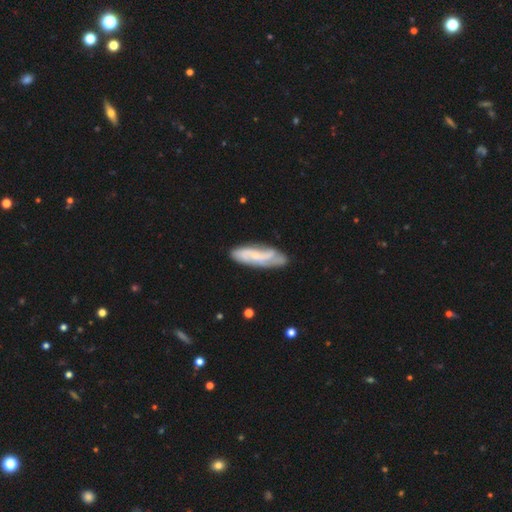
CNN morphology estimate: A featured or disk galaxy (59%).

Vote fractions:
- Smooth or featured? featured or disk: 59% / smooth: 35% / star or artifact: 6%
- Edge-on disk? no: 81% / yes: 19%
- Merging? none: 74% / minor disturbance: 18% / major disturbance: 5% / merger: 3%